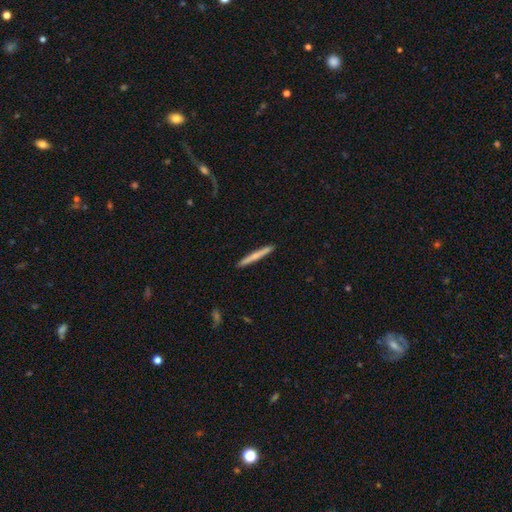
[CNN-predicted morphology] Smooth or featured: smooth — 60% (featured or disk — 35%)
How rounded: cigar-shaped — 97% (in between — 2%)
Merging: none — 92% (minor disturbance — 6%)